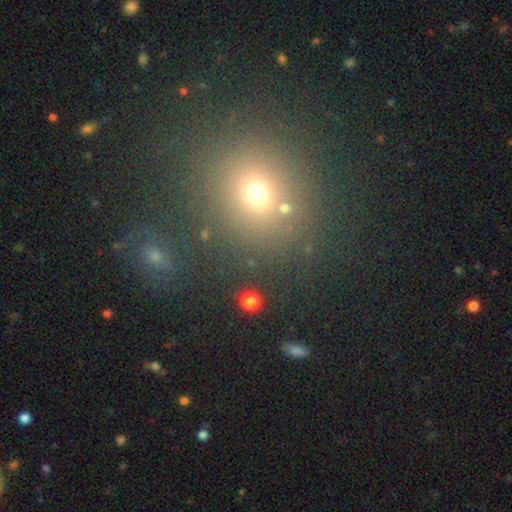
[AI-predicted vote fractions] A smooth galaxy with no disk features (56%) that is round (78%). Merging: none (81%).